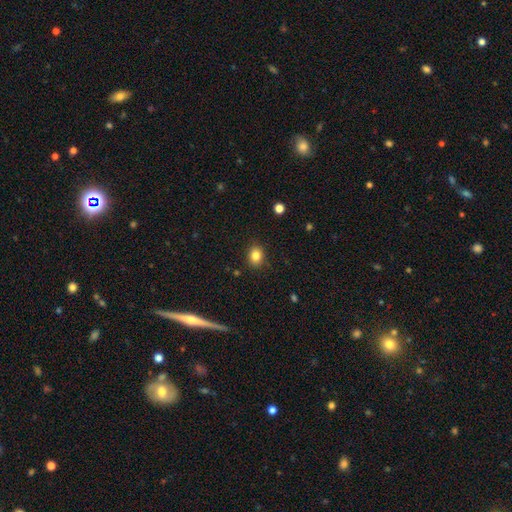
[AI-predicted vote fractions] Smooth or featured: smooth — 84% (star or artifact — 10%)
How rounded: round — 50% (in between — 49%)
Merging: none — 88% (minor disturbance — 9%)